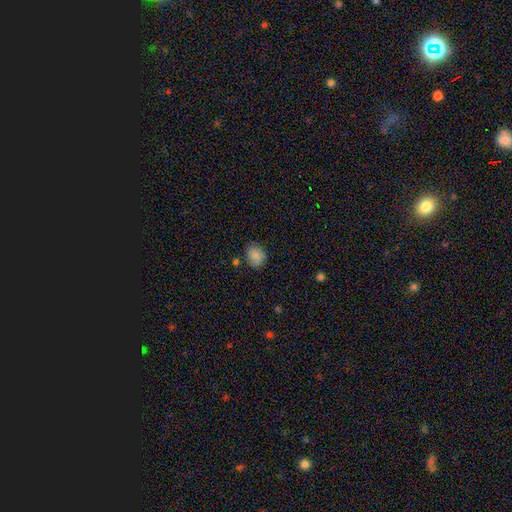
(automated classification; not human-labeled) Smooth or featured? Predicted: smooth (p=0.85). How rounded? Predicted: round (p=0.62). Merging? Predicted: none (p=0.75).